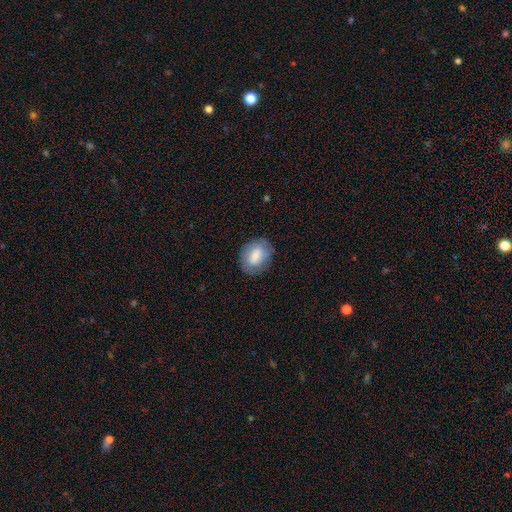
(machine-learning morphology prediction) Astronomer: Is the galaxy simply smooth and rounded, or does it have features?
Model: smooth — 73%.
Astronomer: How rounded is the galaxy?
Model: in between — 72%.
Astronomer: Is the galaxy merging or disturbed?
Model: none — 76%.